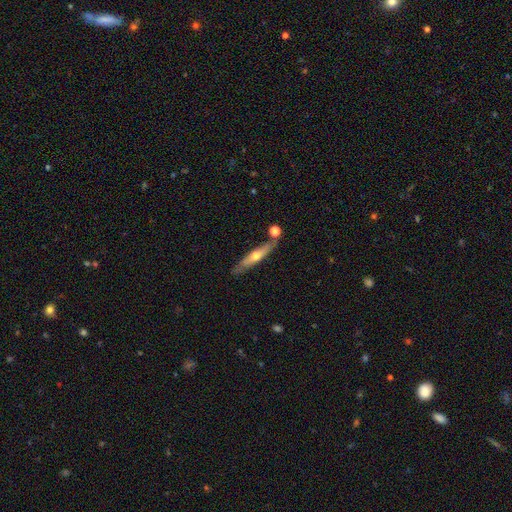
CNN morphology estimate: The model was most divided on "smooth or featured": featured or disk: 52%, smooth: 42%, star or artifact: 6%. More confident: edge-on disk — yes (82%); merging — none (74%).